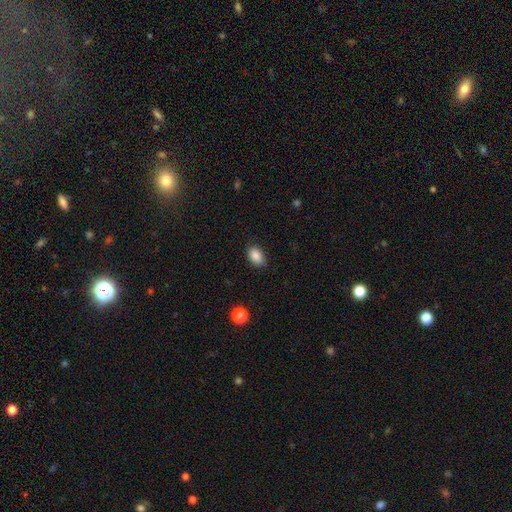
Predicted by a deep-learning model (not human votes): A smooth galaxy with no disk features (88%) that is in between round and cigar-shaped (88%).

Vote fractions:
- Smooth or featured? smooth: 88% / star or artifact: 8% / featured or disk: 4%
- How rounded? in between: 88% / round: 10% / cigar-shaped: 1%
- Merging? none: 85% / minor disturbance: 11% / major disturbance: 3% / merger: 1%